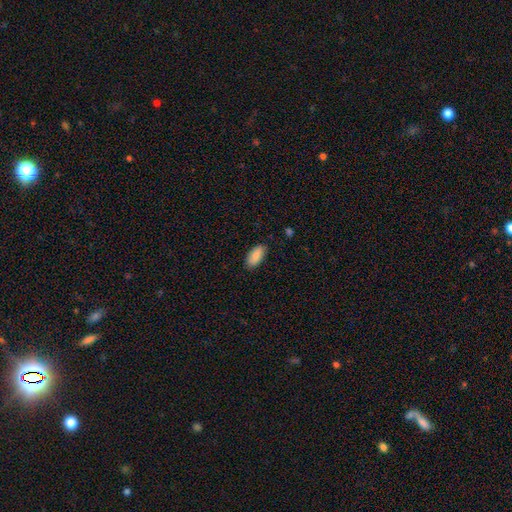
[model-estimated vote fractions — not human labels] A smooth galaxy with no disk features (84%) that is in between round and cigar-shaped (91%).

Vote fractions:
- Smooth or featured? smooth: 84% / featured or disk: 9% / star or artifact: 6%
- How rounded? in between: 91% / cigar-shaped: 7% / round: 2%
- Merging? none: 86% / minor disturbance: 11% / major disturbance: 2% / merger: 1%